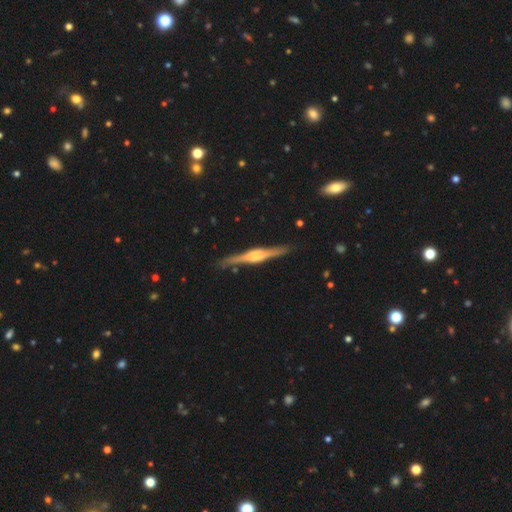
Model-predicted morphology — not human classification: smooth-or-featured: featured or disk: 82% | smooth: 13% | star or artifact: 5%
  disk-edge-on: yes: 98% | no: 2%
    edge-on-bulge: rounded: 78% | boxy: 18% | none: 4%
  merging: none: 89% | minor disturbance: 8% | major disturbance: 2% | merger: 1%